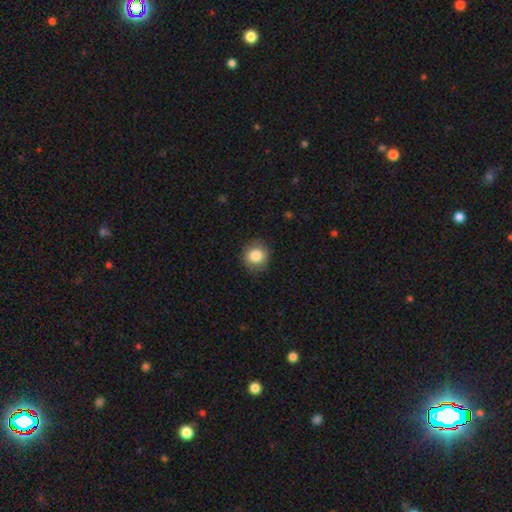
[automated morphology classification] smooth_or_featured: smooth (p=0.84) [alt: star or artifact p=0.08]
how_rounded: round (p=0.85) [alt: in between p=0.14]
merging: none (p=0.86) [alt: minor disturbance p=0.10]